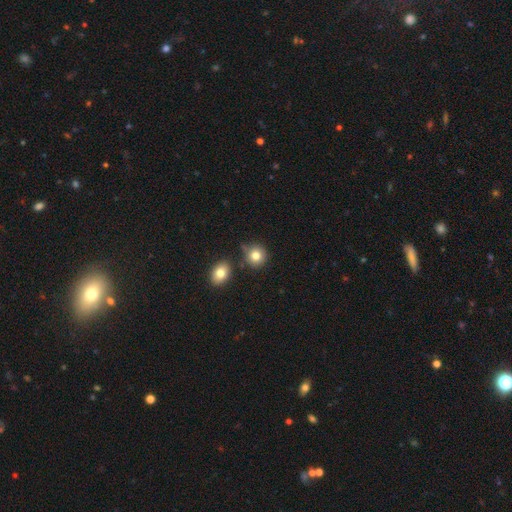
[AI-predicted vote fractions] smooth 81%, star or artifact 10%, featured or disk 8%. Down the decision tree: how rounded — round (86%); merging — none (77%).